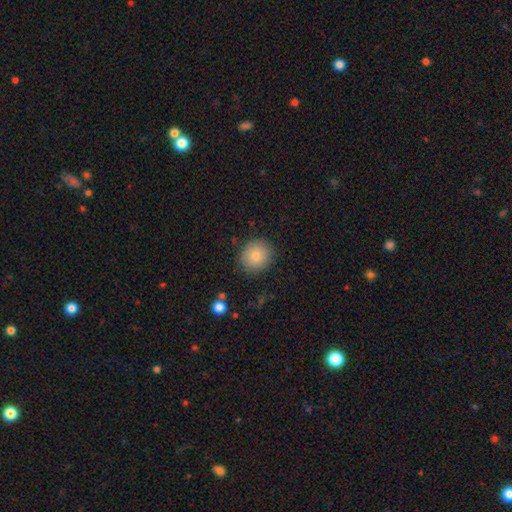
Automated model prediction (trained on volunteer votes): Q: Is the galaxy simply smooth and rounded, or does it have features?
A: smooth — 84%.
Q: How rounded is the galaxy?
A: round — 87%.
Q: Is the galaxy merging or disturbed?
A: none — 88%.